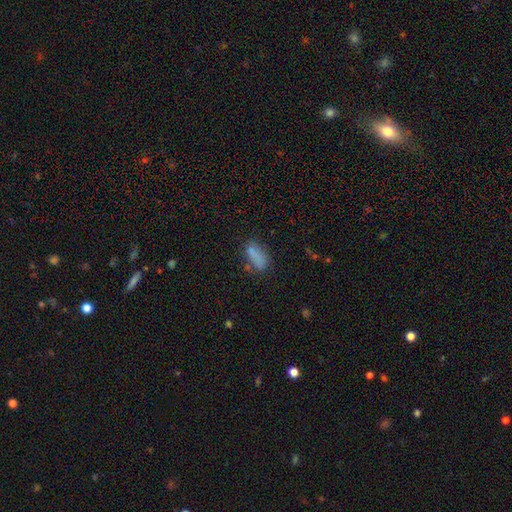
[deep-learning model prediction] Morphology: type=smooth (79%); roundness=in between (80%); merging=none (59%).